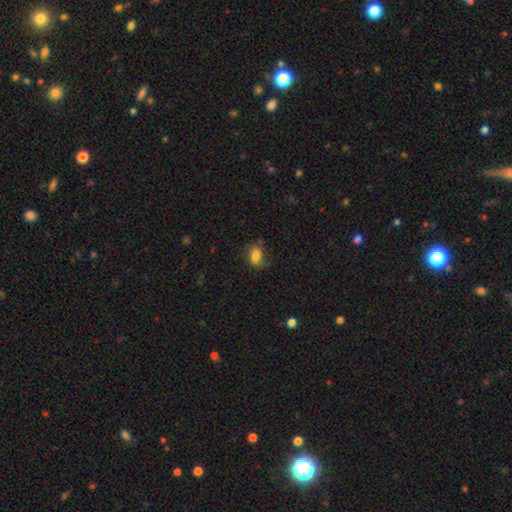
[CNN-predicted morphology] Smooth or featured: smooth — 73% (featured or disk — 17%)
How rounded: in between — 79% (round — 19%)
Merging: none — 58% (minor disturbance — 27%)